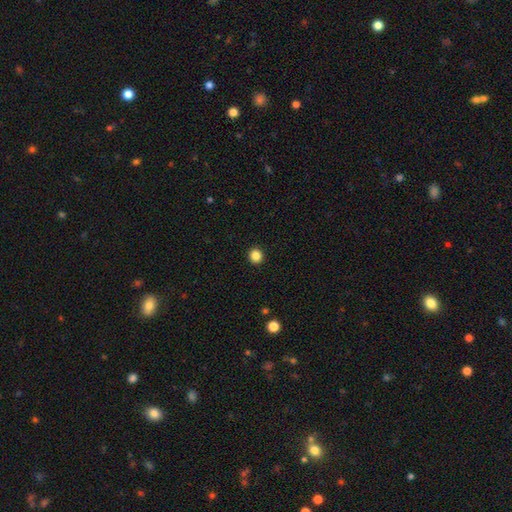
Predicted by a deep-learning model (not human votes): Overall: smooth (86%). How rounded: round (89%). Merging: none (93%).